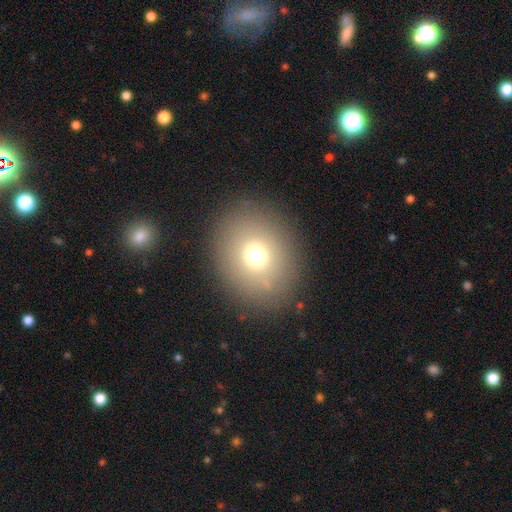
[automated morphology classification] Smooth or featured: smooth — 69% (star or artifact — 16%)
How rounded: round — 64% (in between — 35%)
Merging: none — 86% (minor disturbance — 8%)